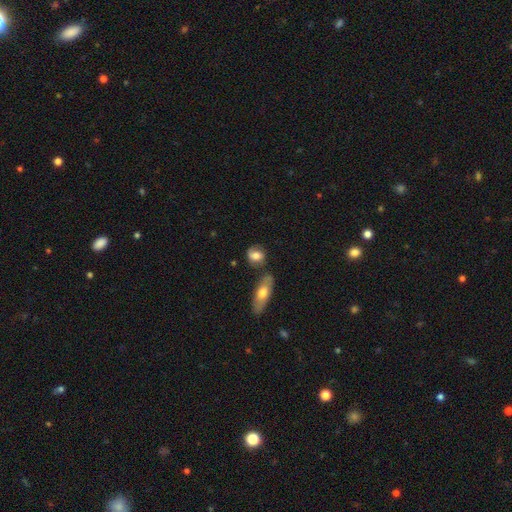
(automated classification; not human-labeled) Smooth or featured?
  - smooth: 57% *
  - featured or disk: 35%
  - star or artifact: 8%
How rounded?
  - in between: 53% *
  - round: 43%
  - cigar-shaped: 4%
Merging?
  - none: 61% *
  - minor disturbance: 20%
  - merger: 12%
  - major disturbance: 7%